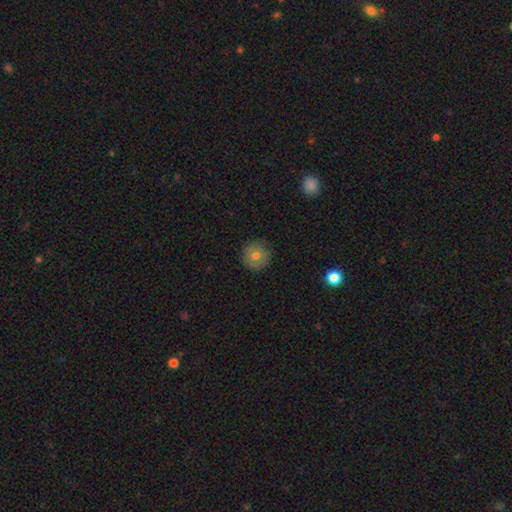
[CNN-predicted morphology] The model was most divided on "smooth or featured": smooth: 72%, featured or disk: 19%, star or artifact: 10%. More confident: how rounded — round (94%); merging — none (87%).